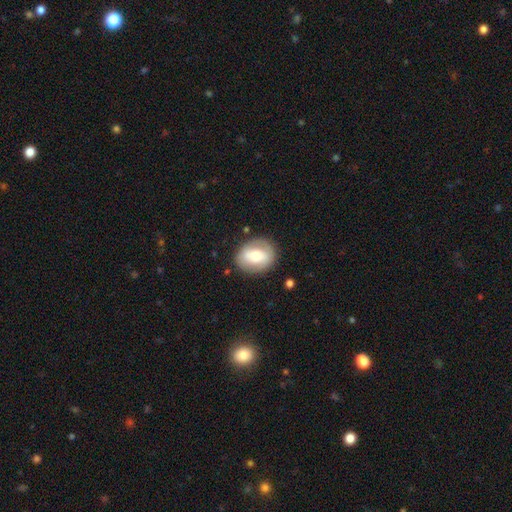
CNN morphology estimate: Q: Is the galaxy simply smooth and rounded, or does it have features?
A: smooth — 53%.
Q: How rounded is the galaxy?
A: round — 54%.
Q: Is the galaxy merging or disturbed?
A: none — 82%.